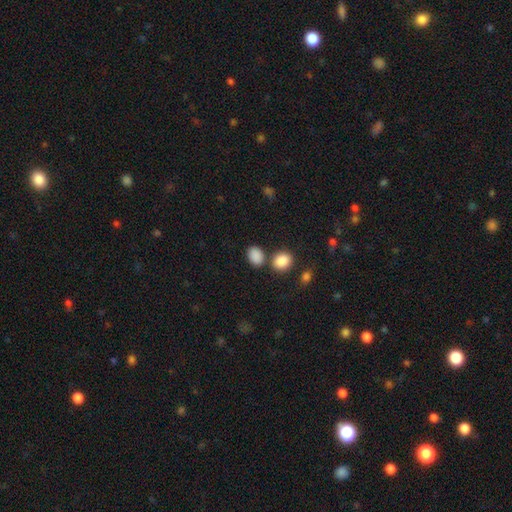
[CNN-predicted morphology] smooth_or_featured: smooth (p=0.87) [alt: star or artifact p=0.09]
how_rounded: in between (p=0.73) [alt: round p=0.26]
merging: none (p=0.70) [alt: merger p=0.15]